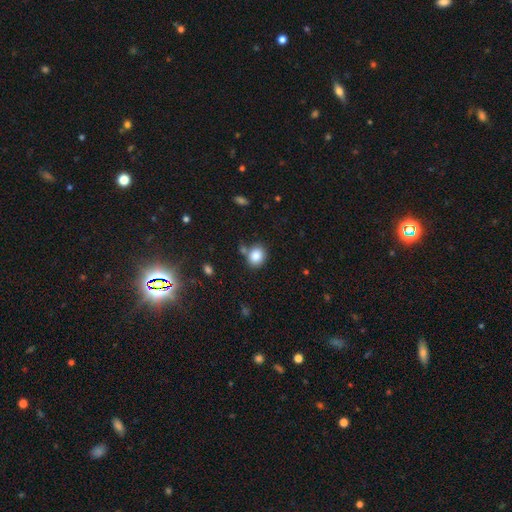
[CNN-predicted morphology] Overall: smooth (84%). How rounded: round (56%; in between 43%). Merging: none (69%).